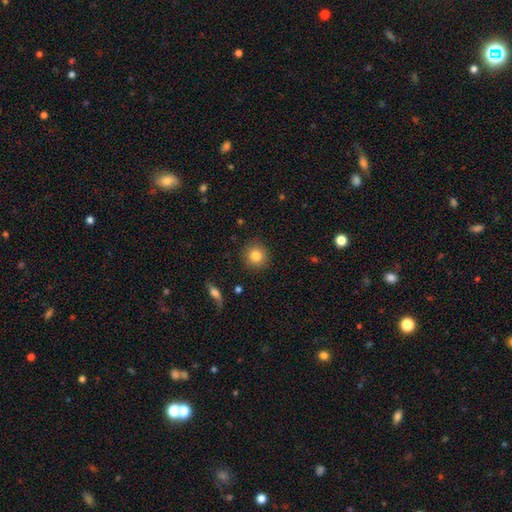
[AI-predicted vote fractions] This is clearly a smooth galaxy (83%). How rounded: clearly round (92%). Merging: clearly none (90%).